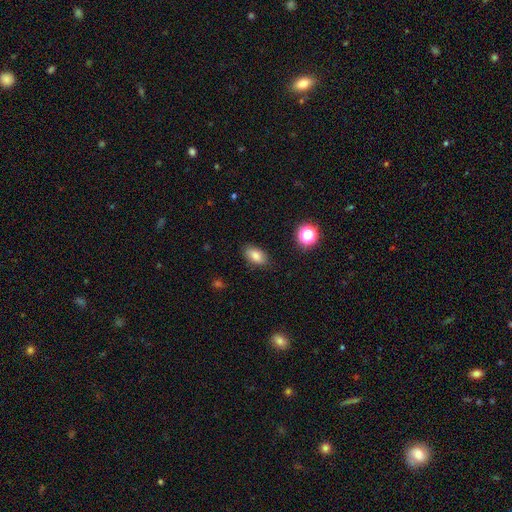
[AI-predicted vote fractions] Morphology: type=smooth (83%); roundness=in between (91%); merging=none (85%).